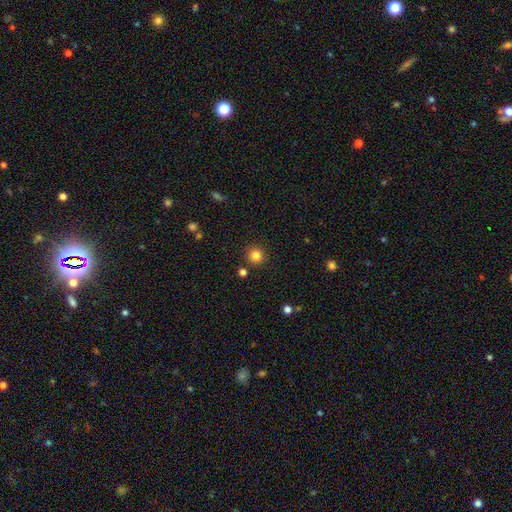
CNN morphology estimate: Q: Smooth or featured?
A: smooth (83%); runner-up: star or artifact (12%)
Q: How rounded?
A: round (95%); runner-up: in between (4%)
Q: Merging?
A: none (89%); runner-up: minor disturbance (6%)